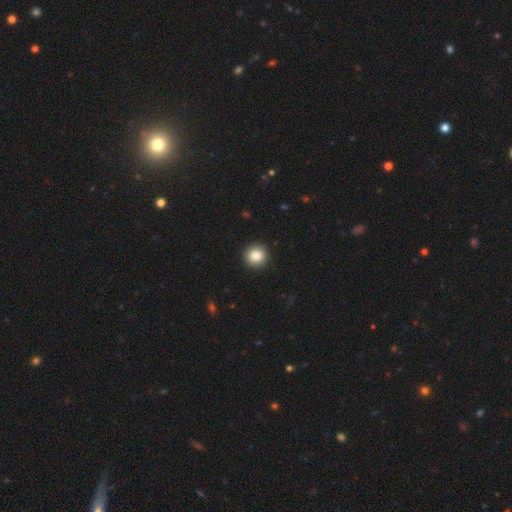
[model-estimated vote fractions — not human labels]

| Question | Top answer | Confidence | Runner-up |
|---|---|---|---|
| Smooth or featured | smooth | 86% | star or artifact (9%) |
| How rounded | round | 94% | in between (5%) |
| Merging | none | 93% | minor disturbance (5%) |